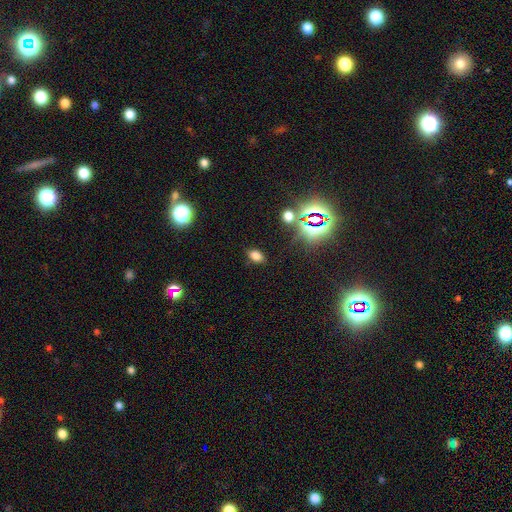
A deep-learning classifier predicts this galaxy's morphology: type=smooth (72%); roundness=in between (86%); merging=none (84%).